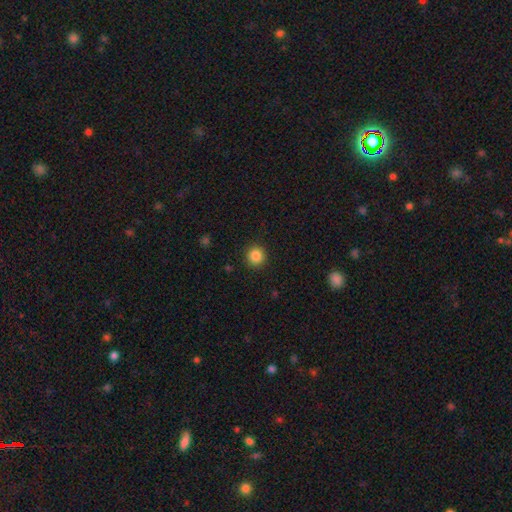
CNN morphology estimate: This is clearly a smooth galaxy (86%). How rounded: clearly round (93%). Merging: clearly none (91%).